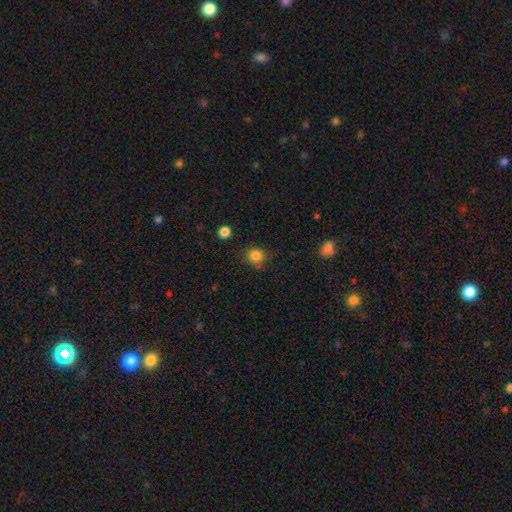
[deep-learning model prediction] Overall: smooth (84%). How rounded: round (87%). Merging: none (84%).